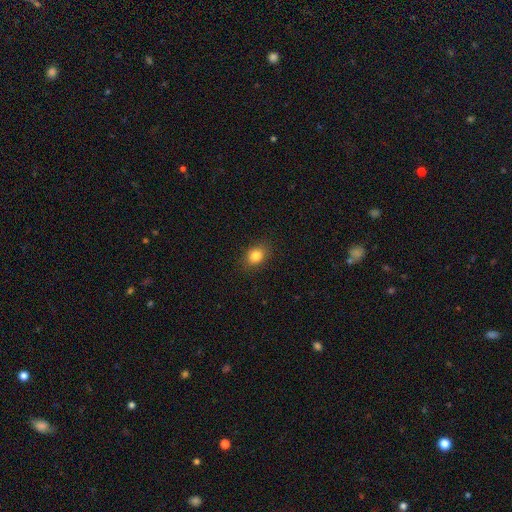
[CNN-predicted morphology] Smooth or featured? Predicted: smooth (p=0.84). How rounded? Predicted: in between (p=0.61). Merging? Predicted: none (p=0.86).